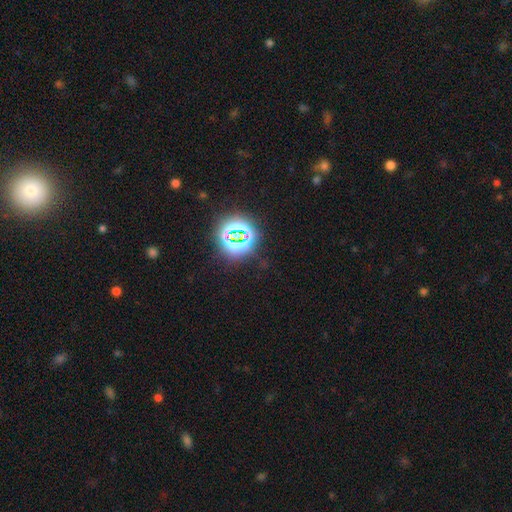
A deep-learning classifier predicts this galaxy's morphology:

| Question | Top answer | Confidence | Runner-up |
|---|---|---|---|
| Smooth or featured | star or artifact | 79% | smooth (14%) |